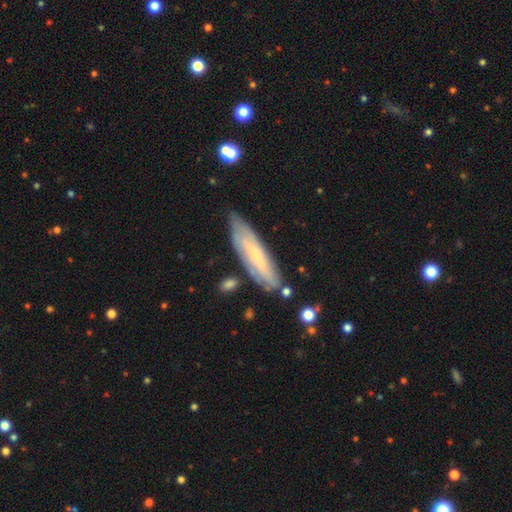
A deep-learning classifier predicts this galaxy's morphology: Q: Smooth or featured?
A: featured or disk (48%); runner-up: smooth (45%)
Q: Merging?
A: none (72%); runner-up: minor disturbance (19%)